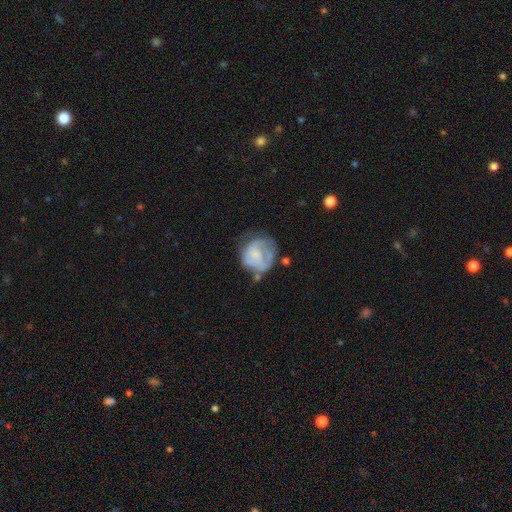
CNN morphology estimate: The model was most divided on "spiral arms": no: 51%, yes: 49%. Remaining: edge-on disk — no (98%); bar — no (77%); smooth or featured — featured or disk (52%); merging — none (43%); bulge size — none (42%).